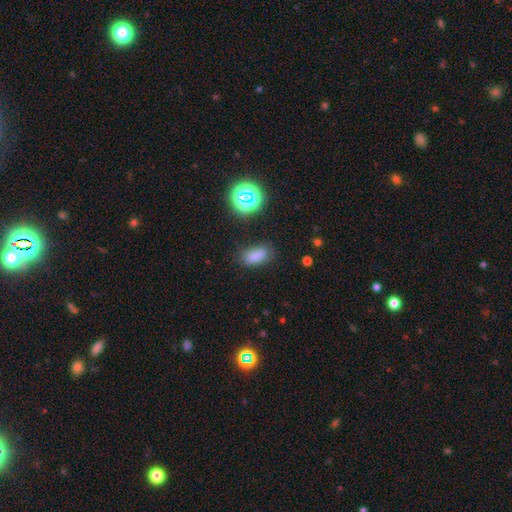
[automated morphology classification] Smooth or featured?
  - smooth: 77% *
  - star or artifact: 17%
  - featured or disk: 7%
How rounded?
  - in between: 85% *
  - cigar-shaped: 8%
  - round: 7%
Merging?
  - none: 73% *
  - minor disturbance: 18%
  - major disturbance: 6%
  - merger: 3%